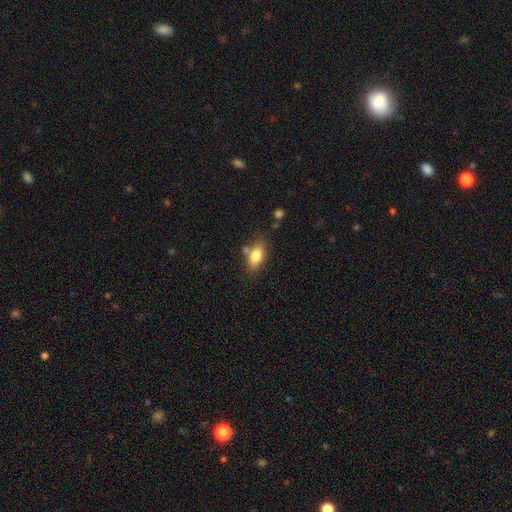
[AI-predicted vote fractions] Smooth or featured?
  - smooth: 80% *
  - featured or disk: 12%
  - star or artifact: 8%
How rounded?
  - in between: 86% *
  - cigar-shaped: 7%
  - round: 6%
Merging?
  - none: 69% *
  - minor disturbance: 17%
  - merger: 10%
  - major disturbance: 4%